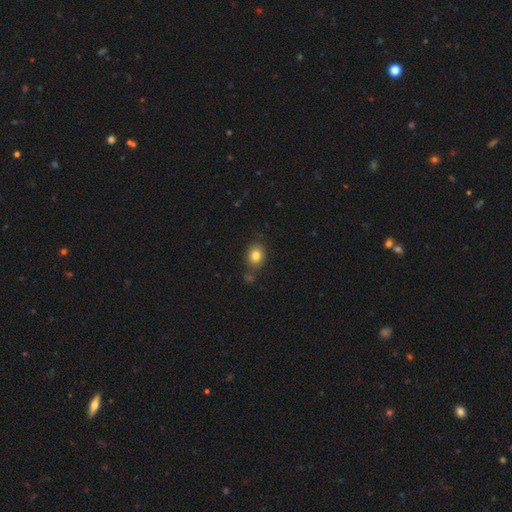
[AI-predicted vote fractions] Overall: smooth (81%). How rounded: round (54%; in between 45%). Merging: none (79%).